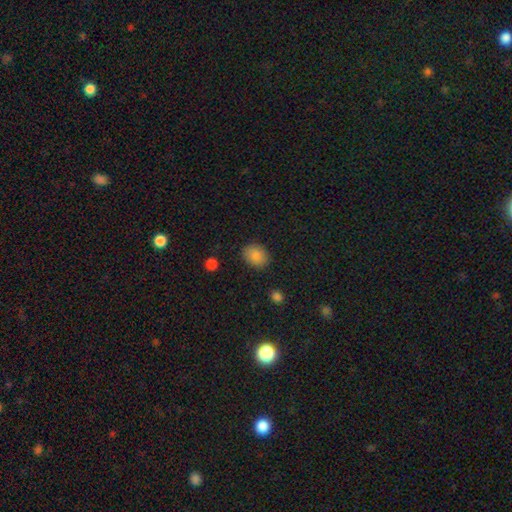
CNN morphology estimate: type=smooth (86%); roundness=in between (55%); merging=none (87%).